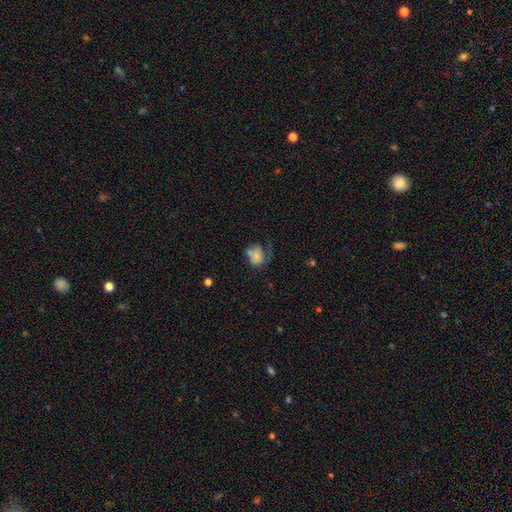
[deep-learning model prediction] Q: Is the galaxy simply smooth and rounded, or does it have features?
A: smooth — 61%.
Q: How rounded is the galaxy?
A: in between — 54%.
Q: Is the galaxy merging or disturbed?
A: major disturbance — 31%.